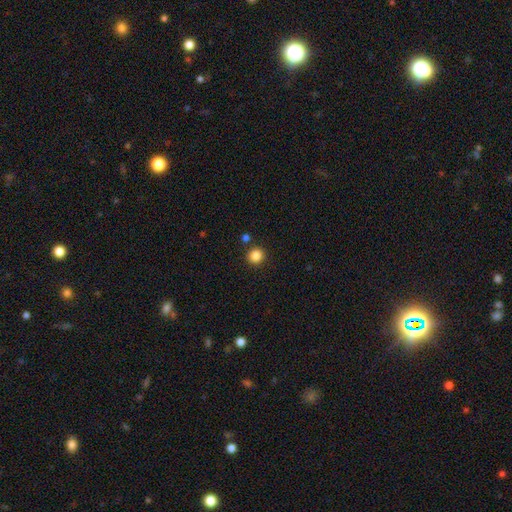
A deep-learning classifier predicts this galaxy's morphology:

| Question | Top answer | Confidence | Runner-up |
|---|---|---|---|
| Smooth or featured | smooth | 86% | star or artifact (11%) |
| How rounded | round | 94% | in between (5%) |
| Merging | none | 89% | minor disturbance (6%) |